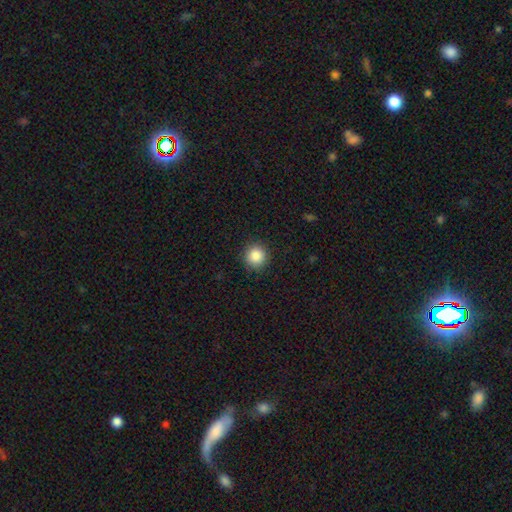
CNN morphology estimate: The model was most divided on "smooth or featured": smooth: 87%, star or artifact: 10%, featured or disk: 4%. More confident: how rounded — round (94%); merging — none (91%).